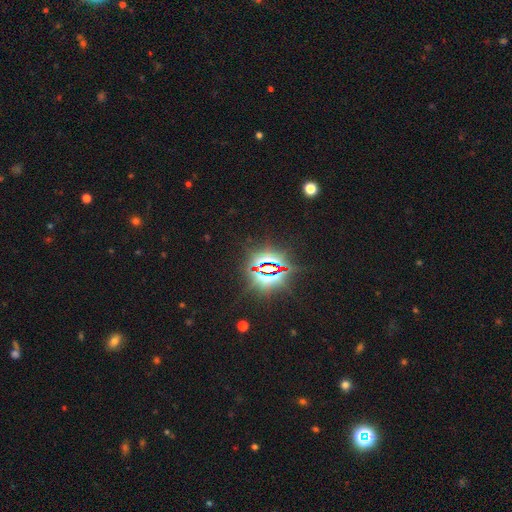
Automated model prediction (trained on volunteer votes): Morphology: type=star or artifact (84%).